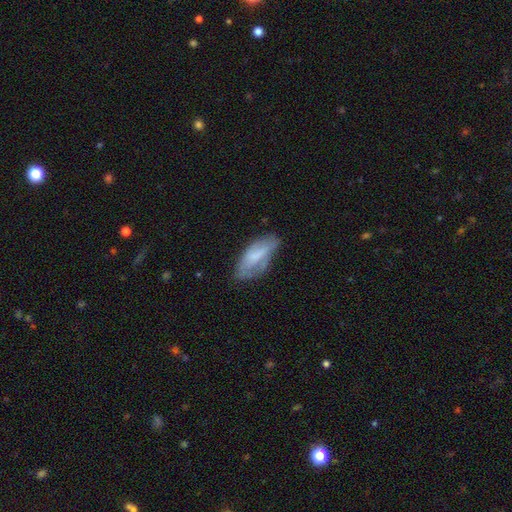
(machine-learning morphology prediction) Smooth or featured? Predicted: smooth (p=0.60). How rounded? Predicted: in between (p=0.84). Merging? Predicted: none (p=0.53).